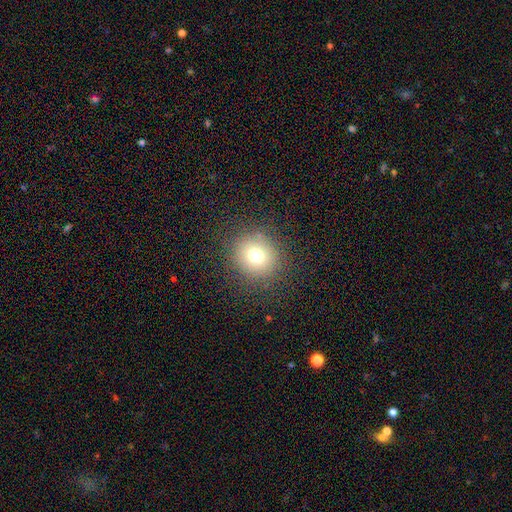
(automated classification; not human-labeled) A smooth galaxy with no disk features (73%) that is round (88%). Merging: none (87%).